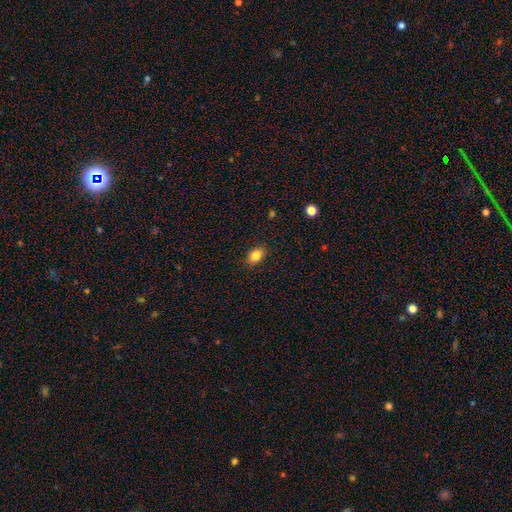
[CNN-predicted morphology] smooth 85%, star or artifact 9%, featured or disk 6%. Down the decision tree: how rounded — in between (79%); merging — none (87%).